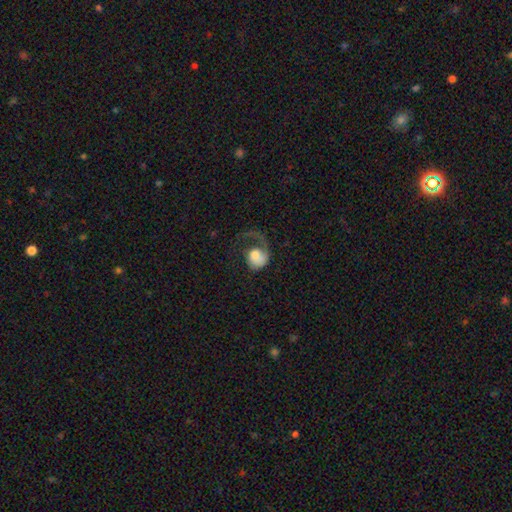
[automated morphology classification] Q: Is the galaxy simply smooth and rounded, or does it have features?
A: featured or disk — 51%.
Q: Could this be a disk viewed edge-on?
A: no — 97%.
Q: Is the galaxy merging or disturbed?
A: major disturbance — 58%.